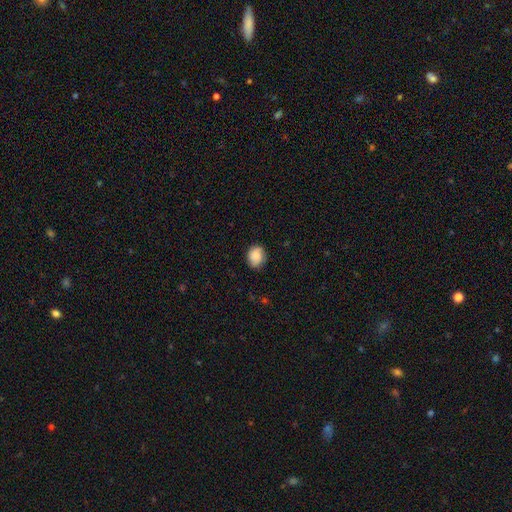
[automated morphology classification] A smooth galaxy with no disk features (80%) that is round (61%).

Vote fractions:
- Smooth or featured? smooth: 80% / featured or disk: 11% / star or artifact: 8%
- How rounded? round: 61% / in between: 38% / cigar-shaped: 1%
- Merging? none: 79% / minor disturbance: 16% / major disturbance: 3% / merger: 1%